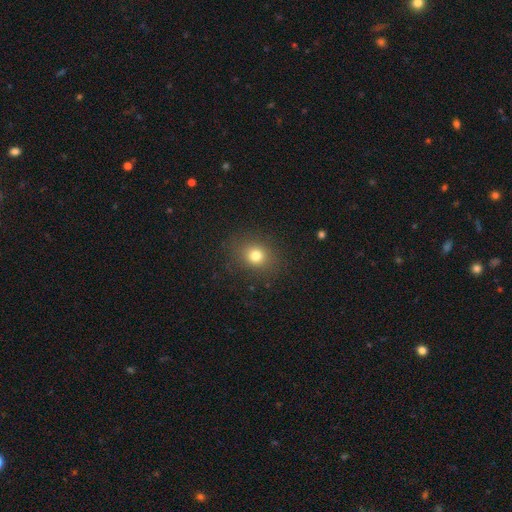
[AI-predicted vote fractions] A smooth galaxy with no disk features (77%) that is round (71%). Merging: none (87%).